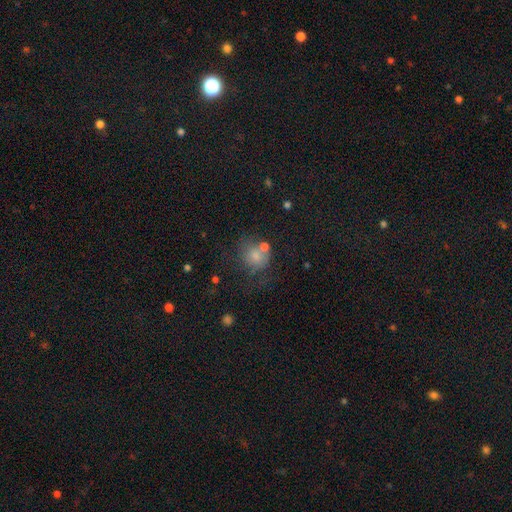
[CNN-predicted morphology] smooth-or-featured: smooth: 59% | star or artifact: 22% | featured or disk: 18%
  how-rounded: round: 76% | in between: 22% | cigar-shaped: 1%
  merging: none: 51% | minor disturbance: 19% | merger: 16% | major disturbance: 14%